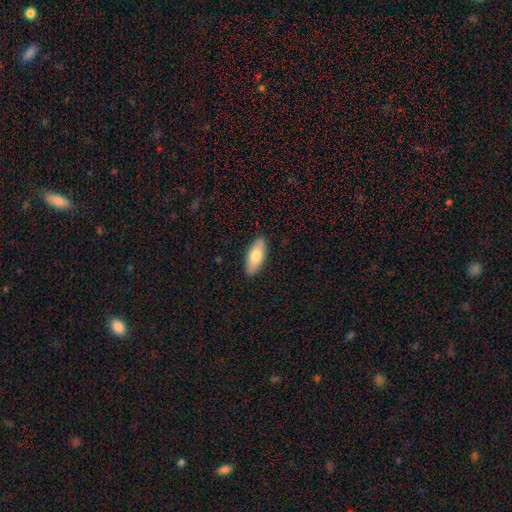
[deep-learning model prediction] Smooth or featured? Predicted: smooth (p=0.77). How rounded? Predicted: in between (p=0.78). Merging? Predicted: none (p=0.89).